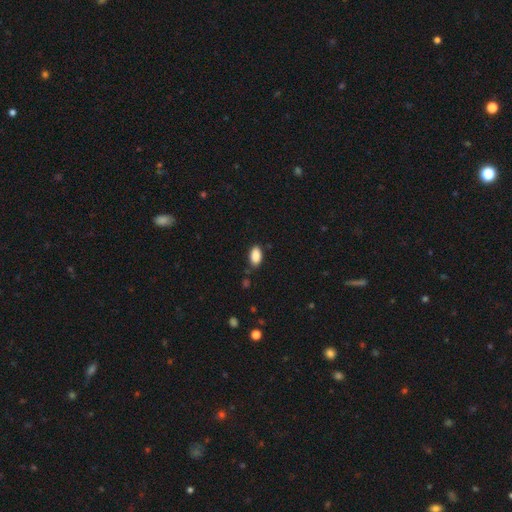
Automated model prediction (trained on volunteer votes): smooth-or-featured: smooth: 89% | star or artifact: 7% | featured or disk: 4%
  how-rounded: in between: 93% | round: 4% | cigar-shaped: 3%
  merging: none: 82% | minor disturbance: 13% | major disturbance: 2% | merger: 2%